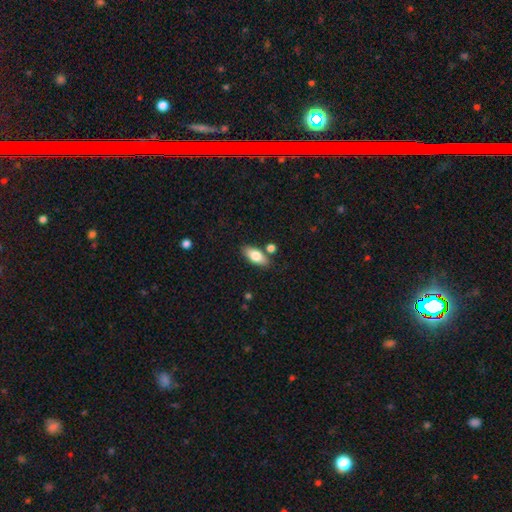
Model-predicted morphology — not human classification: Smooth or featured: smooth — 75% (featured or disk — 18%)
How rounded: in between — 82% (cigar-shaped — 15%)
Merging: none — 79% (minor disturbance — 11%)